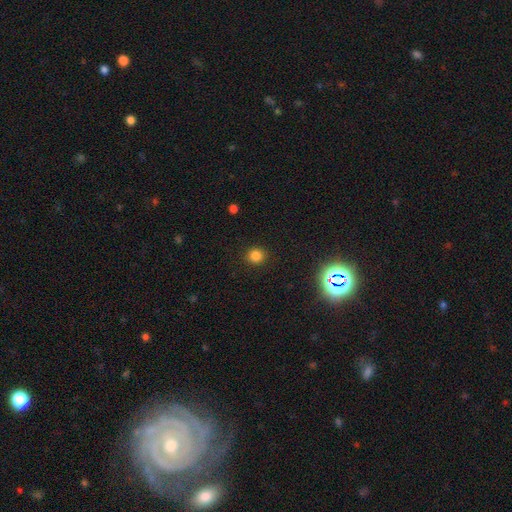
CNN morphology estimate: This appears to be a smooth galaxy with no disk features (81%) that is round (87%). Merging: none (90%).